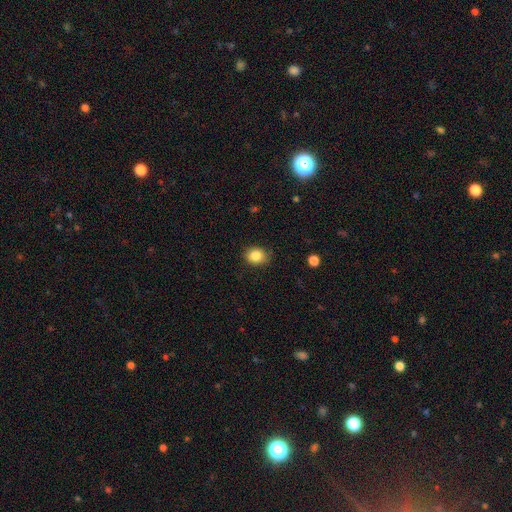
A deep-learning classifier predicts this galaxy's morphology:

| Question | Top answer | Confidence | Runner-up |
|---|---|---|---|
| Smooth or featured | smooth | 85% | star or artifact (10%) |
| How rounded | round | 59% | in between (40%) |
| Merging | none | 83% | minor disturbance (13%) |